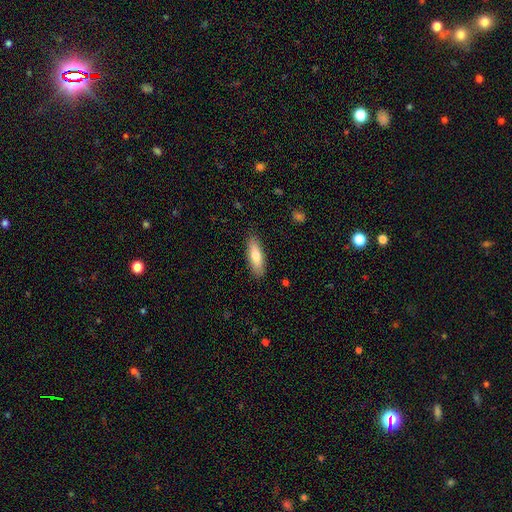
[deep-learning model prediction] Q: Smooth or featured?
A: smooth (73%); runner-up: featured or disk (21%)
Q: How rounded?
A: in between (52%); runner-up: cigar-shaped (46%)
Q: Merging?
A: none (87%); runner-up: minor disturbance (10%)